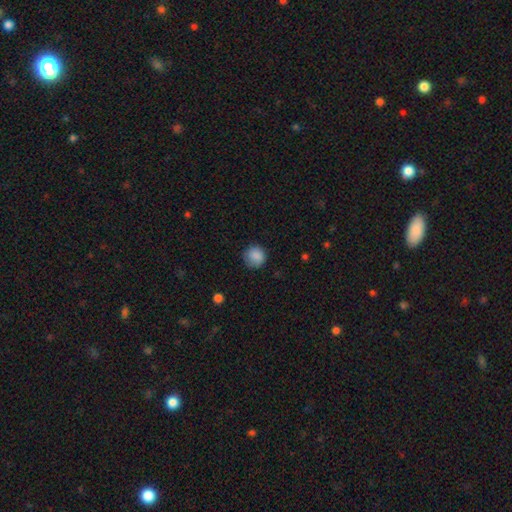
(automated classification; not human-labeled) smooth-or-featured: smooth: 86% | star or artifact: 9% | featured or disk: 5%
  how-rounded: round: 91% | in between: 8% | cigar-shaped: 1%
  merging: none: 79% | minor disturbance: 16% | major disturbance: 4% | merger: 1%